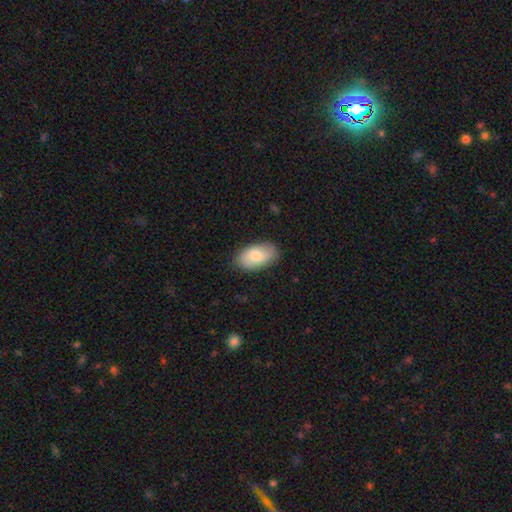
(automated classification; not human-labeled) A smooth galaxy with no disk features (74%) that is in between round and cigar-shaped (94%). Merging: none (83%).